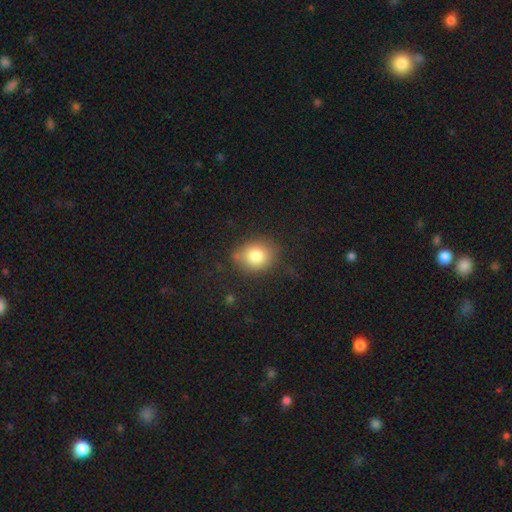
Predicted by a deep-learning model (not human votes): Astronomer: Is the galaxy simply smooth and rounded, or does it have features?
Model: smooth — 80%.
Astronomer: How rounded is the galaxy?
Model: round — 58% (runner-up: in between, 41%).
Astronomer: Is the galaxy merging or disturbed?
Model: none — 74%.